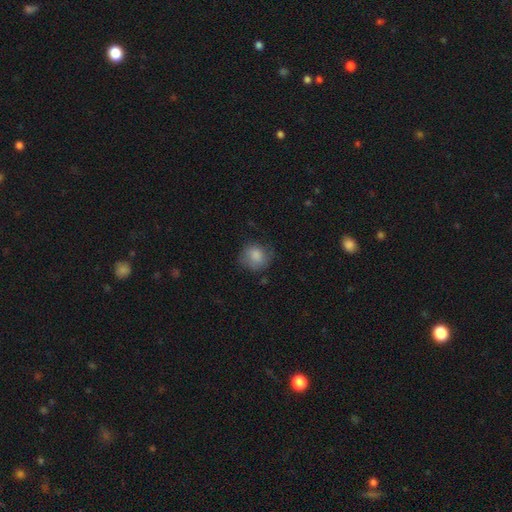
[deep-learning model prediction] Overall: smooth (81%). How rounded: round (79%). Merging: none (64%; minor disturbance 25%).